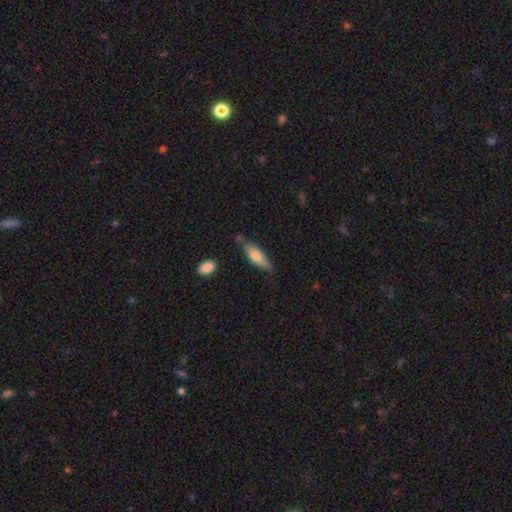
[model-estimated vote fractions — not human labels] Smooth or featured? smooth (63%)
How rounded? cigar-shaped (57%)
Merging? none (64%)